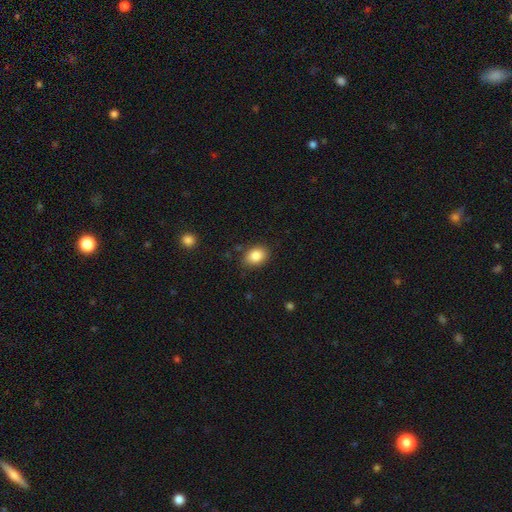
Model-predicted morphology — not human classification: Q: Smooth or featured?
A: smooth (86%); runner-up: star or artifact (8%)
Q: How rounded?
A: in between (68%); runner-up: round (31%)
Q: Merging?
A: none (84%); runner-up: minor disturbance (11%)